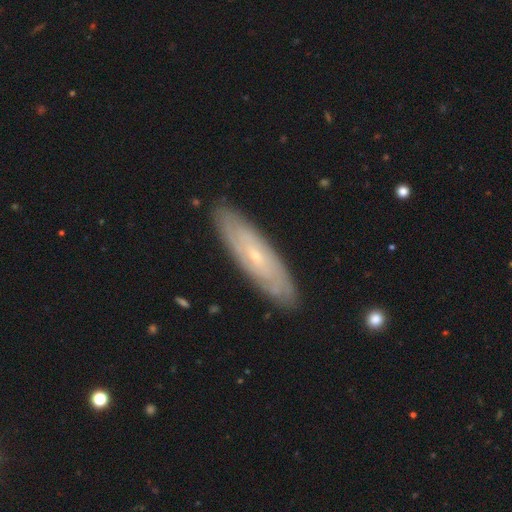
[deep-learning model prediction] The model was most divided on "edge-on disk": no: 72%, yes: 28%. More confident: merging — none (87%); spiral arms — yes (81%); bulge size — small (78%); bar — no (70%); smooth or featured — featured or disk (70%).